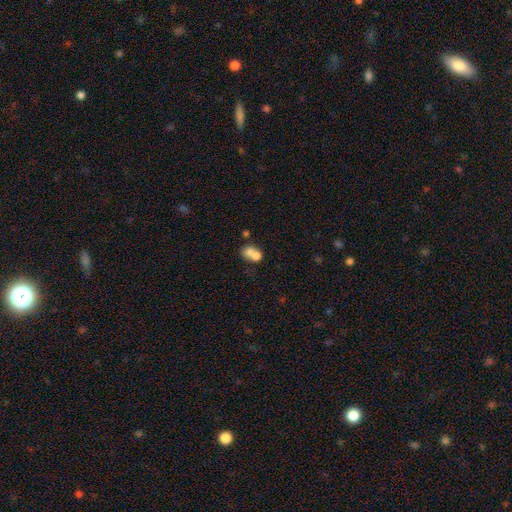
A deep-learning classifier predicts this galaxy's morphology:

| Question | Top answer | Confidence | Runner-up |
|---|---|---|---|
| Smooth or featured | smooth | 70% | featured or disk (20%) |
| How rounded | round | 54% | in between (45%) |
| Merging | merger | 67% | none (22%) |